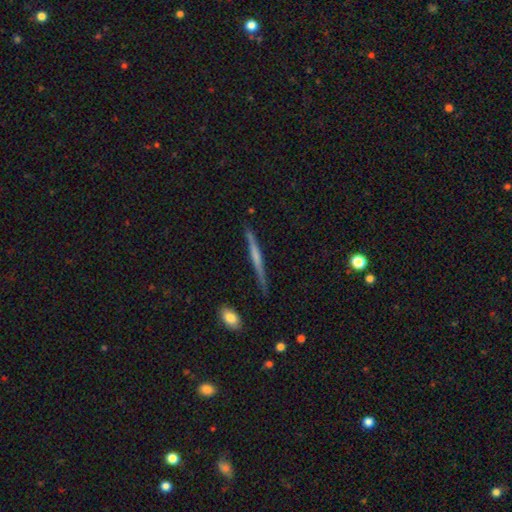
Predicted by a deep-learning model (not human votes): Overall: featured or disk (58%; smooth 35%). Edge-on disk: yes (97%). Edge-on bulge: none (63%; rounded 24%). Merging: none (86%).